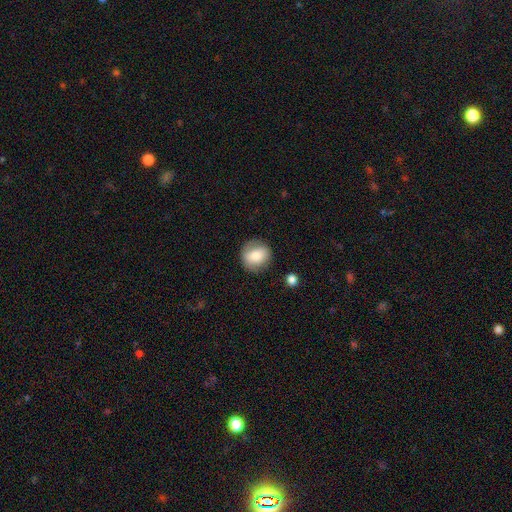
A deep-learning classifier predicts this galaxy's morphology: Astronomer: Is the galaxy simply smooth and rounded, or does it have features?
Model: smooth — 72%.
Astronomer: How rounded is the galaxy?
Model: round — 86%.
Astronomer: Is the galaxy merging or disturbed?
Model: none — 83%.